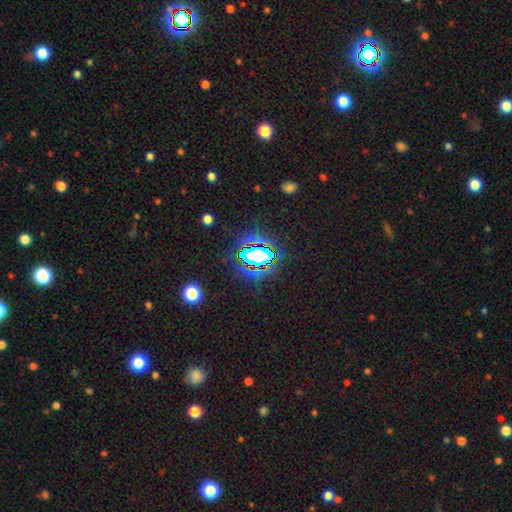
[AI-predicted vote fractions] The model was most divided on "smooth or featured": star or artifact: 66%, smooth: 20%, featured or disk: 14%.